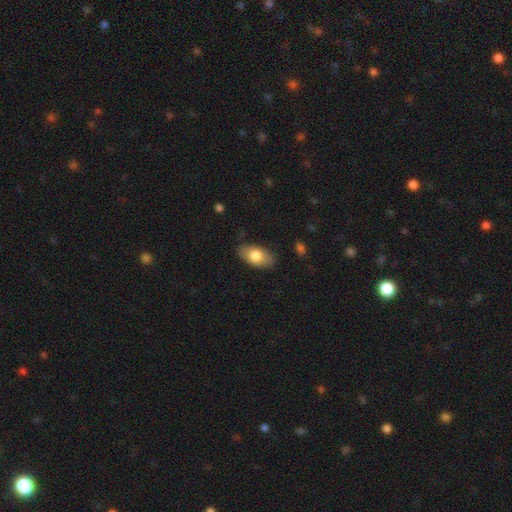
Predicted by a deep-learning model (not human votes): A smooth galaxy with no disk features (76%) that is in between round and cigar-shaped (93%).

Vote fractions:
- Smooth or featured? smooth: 76% / featured or disk: 18% / star or artifact: 6%
- How rounded? in between: 93% / round: 4% / cigar-shaped: 2%
- Merging? none: 82% / minor disturbance: 14% / major disturbance: 3% / merger: 1%